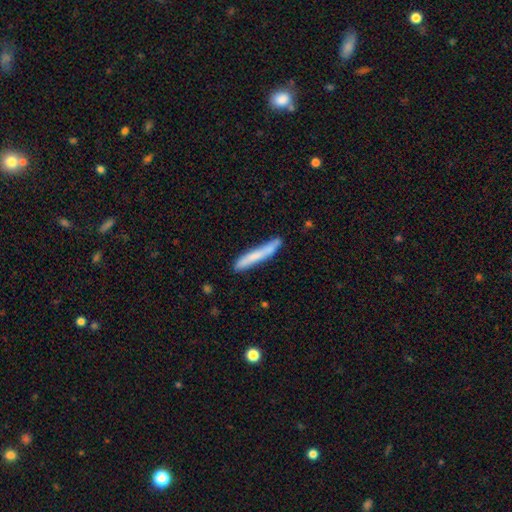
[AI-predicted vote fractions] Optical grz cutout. It shows a smooth galaxy with no disk features (68%) that is cigar-shaped (95%). Merging: none (77%).